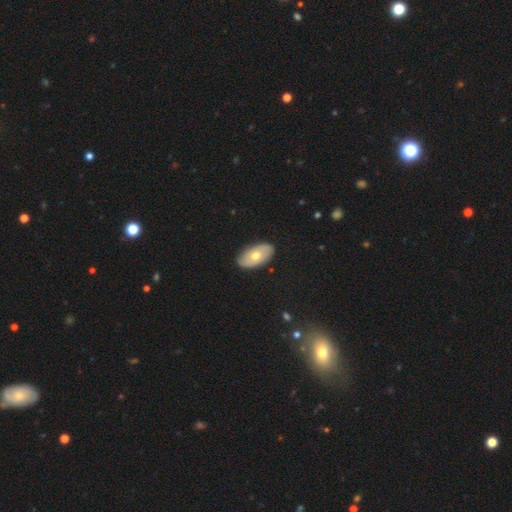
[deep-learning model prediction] smooth_or_featured: smooth (p=0.57) [alt: featured or disk p=0.37]
how_rounded: in between (p=0.94) [alt: round p=0.04]
merging: none (p=0.85) [alt: minor disturbance p=0.12]